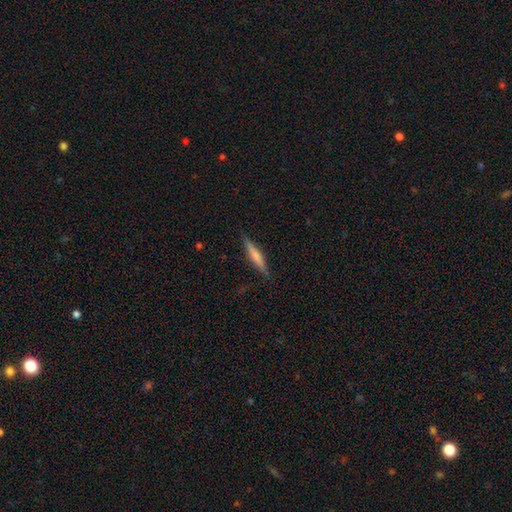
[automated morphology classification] This appears to be a smooth galaxy with no disk features (62%) that is cigar-shaped (90%). Merging: none (86%).